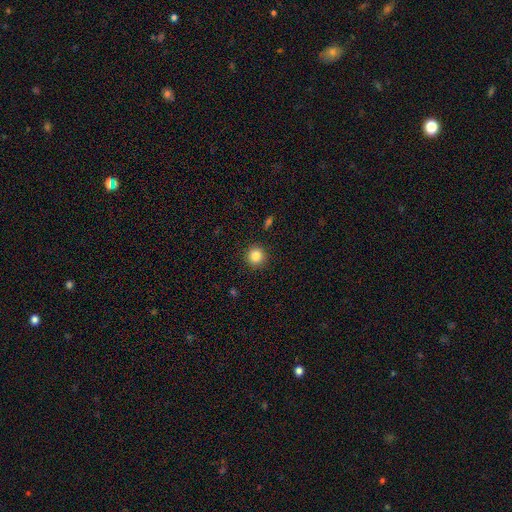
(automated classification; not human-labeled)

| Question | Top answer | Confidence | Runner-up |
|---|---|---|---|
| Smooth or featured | smooth | 84% | star or artifact (10%) |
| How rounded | round | 94% | in between (5%) |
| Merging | none | 92% | minor disturbance (5%) |